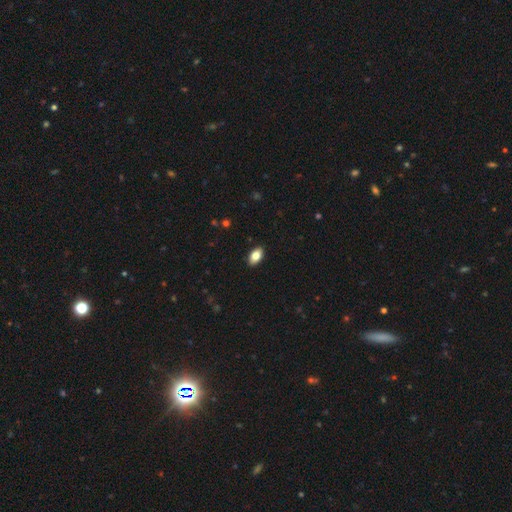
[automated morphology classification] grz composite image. It shows a smooth galaxy with no disk features (82%) that is in between round and cigar-shaped (92%). Merging: none (90%).